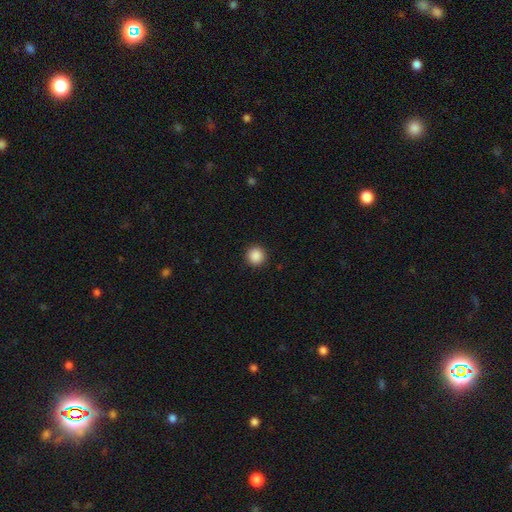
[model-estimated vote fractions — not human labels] smooth 88%, star or artifact 9%, featured or disk 2%. Down the decision tree: how rounded — round (95%); merging — none (93%).